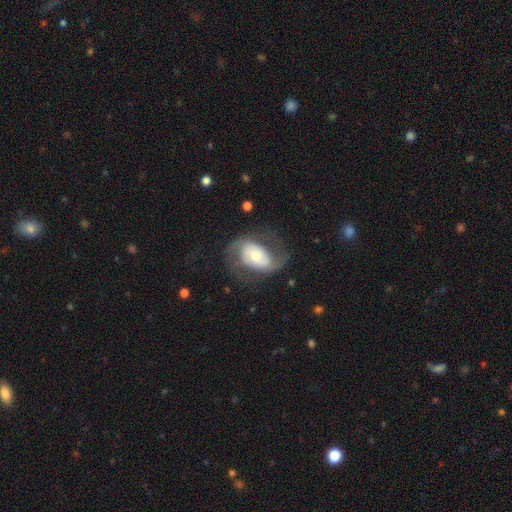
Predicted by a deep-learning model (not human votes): Smooth or featured? featured or disk (73%)
Edge-on disk? no (96%)
Bar? no (50%)
Spiral arms? yes (88%)
Spiral winding? medium (47%)
Spiral arm count? 2 (86%)
Bulge size? moderate (45%)
Merging? none (59%)